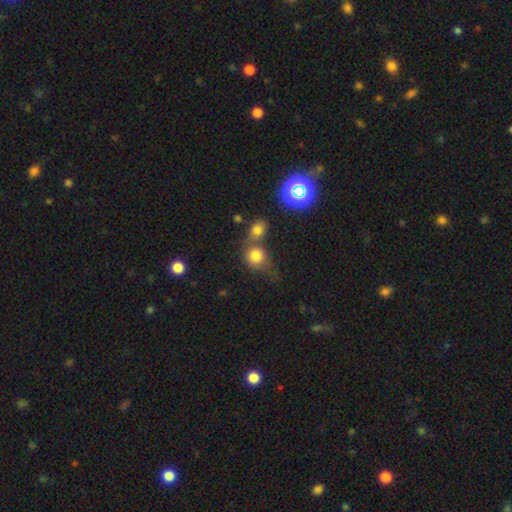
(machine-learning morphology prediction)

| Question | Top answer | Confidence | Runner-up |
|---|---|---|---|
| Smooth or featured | smooth | 77% | star or artifact (13%) |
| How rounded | round | 78% | in between (21%) |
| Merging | merger | 47% | none (35%) |